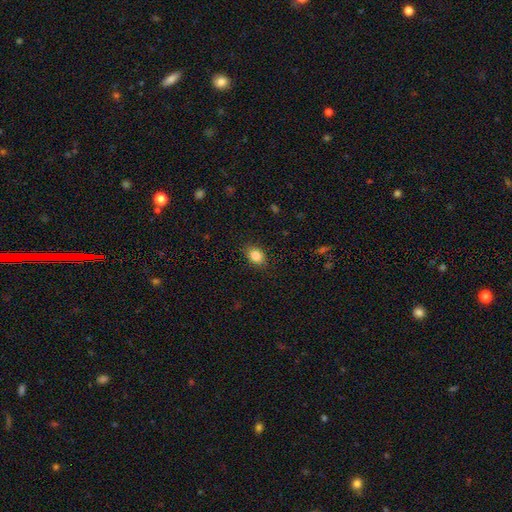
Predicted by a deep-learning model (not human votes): Smooth or featured: smooth — 84% (star or artifact — 10%)
How rounded: in between — 66% (round — 33%)
Merging: none — 86% (minor disturbance — 11%)